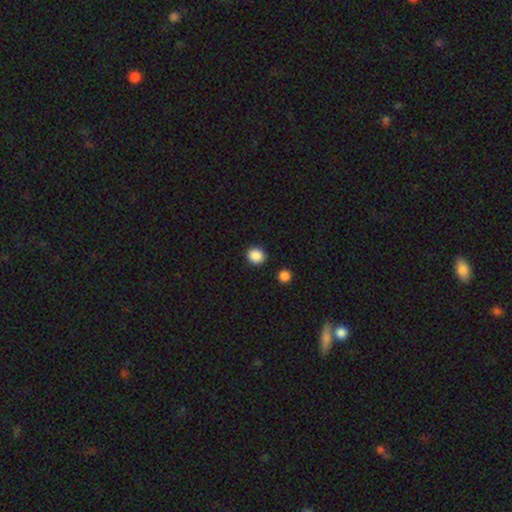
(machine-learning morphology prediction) Smooth or featured?
  - smooth: 88% *
  - star or artifact: 9%
  - featured or disk: 3%
How rounded?
  - round: 73% *
  - in between: 26%
  - cigar-shaped: 1%
Merging?
  - none: 89% *
  - minor disturbance: 7%
  - merger: 2%
  - major disturbance: 2%